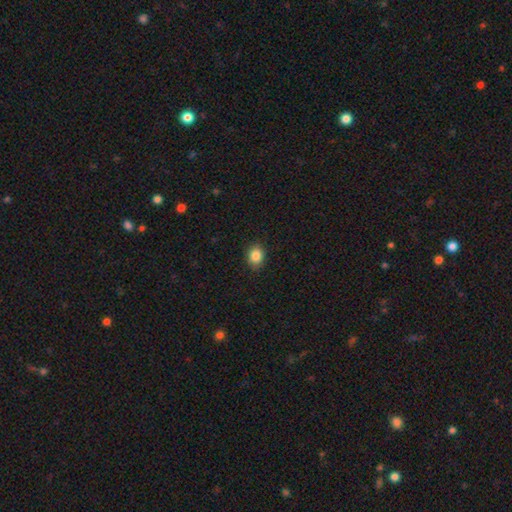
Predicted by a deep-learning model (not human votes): A smooth galaxy with no disk features (86%) that is round (54%). Merging: none (89%).